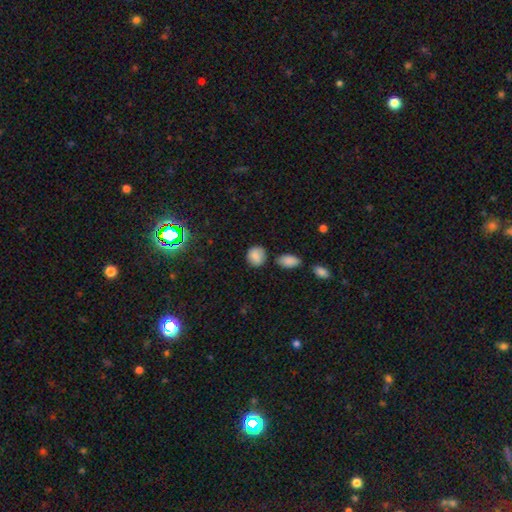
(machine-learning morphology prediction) A smooth galaxy with no disk features (81%) that is round (75%).

Vote fractions:
- Smooth or featured? smooth: 81% / star or artifact: 10% / featured or disk: 9%
- How rounded? round: 75% / in between: 24% / cigar-shaped: 1%
- Merging? none: 73% / minor disturbance: 17% / merger: 7% / major disturbance: 4%